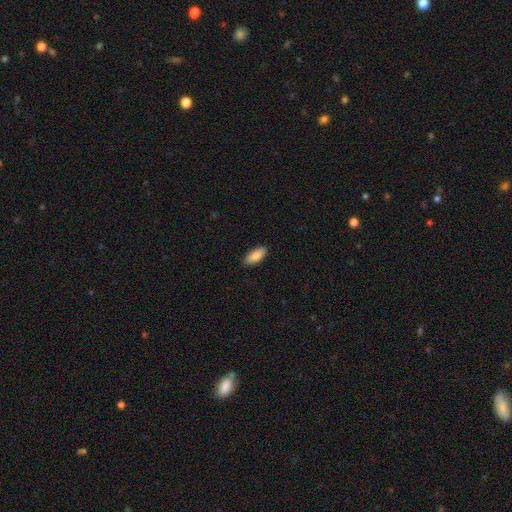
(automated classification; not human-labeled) This is clearly a smooth galaxy (87%). How rounded: clearly in between (85%). Merging: clearly none (89%).